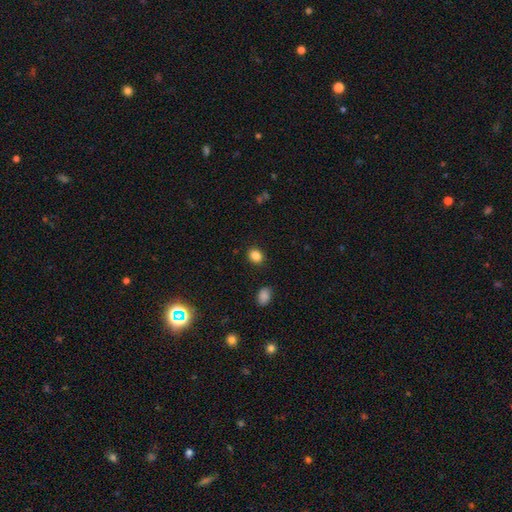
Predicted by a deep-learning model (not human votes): Smooth or featured? smooth (85%)
How rounded? in between (54%)
Merging? none (88%)